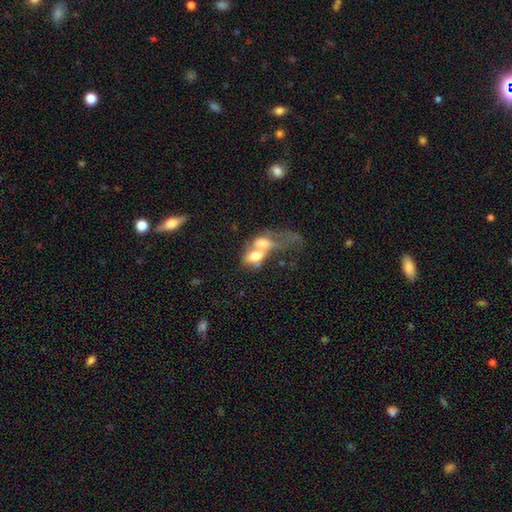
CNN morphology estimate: Smooth or featured?
  - smooth: 58% *
  - featured or disk: 32%
  - star or artifact: 10%
How rounded?
  - in between: 74% *
  - round: 20%
  - cigar-shaped: 6%
Merging?
  - merger: 77% *
  - major disturbance: 12%
  - none: 7%
  - minor disturbance: 4%